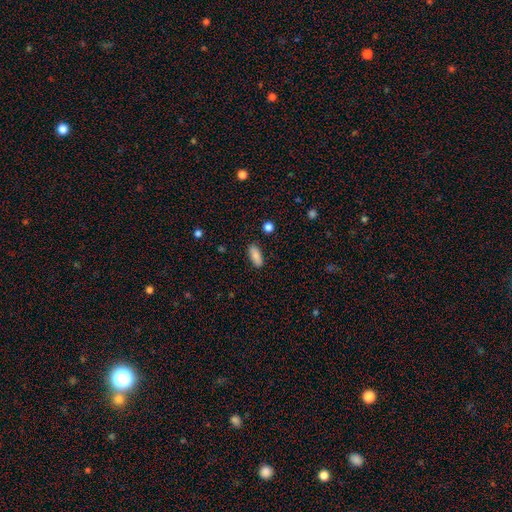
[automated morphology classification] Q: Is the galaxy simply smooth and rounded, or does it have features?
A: smooth — 86%.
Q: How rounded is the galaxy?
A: in between — 78%.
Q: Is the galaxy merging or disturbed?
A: none — 87%.